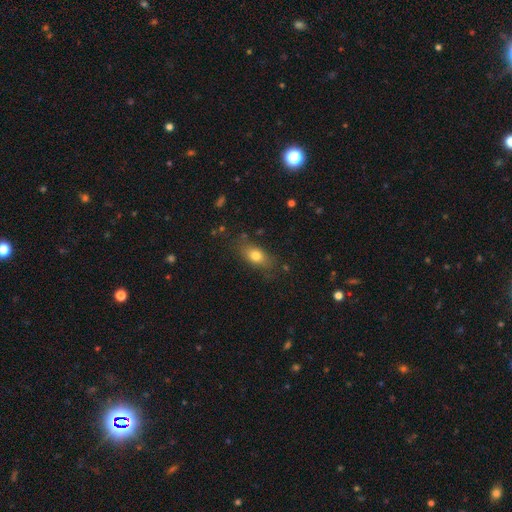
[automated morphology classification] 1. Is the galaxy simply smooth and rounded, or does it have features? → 77% smooth, 14% featured or disk, 9% star or artifact.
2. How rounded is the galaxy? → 79% in between, 11% round, 10% cigar-shaped.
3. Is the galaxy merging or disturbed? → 76% none, 17% minor disturbance, 5% major disturbance, 2% merger.